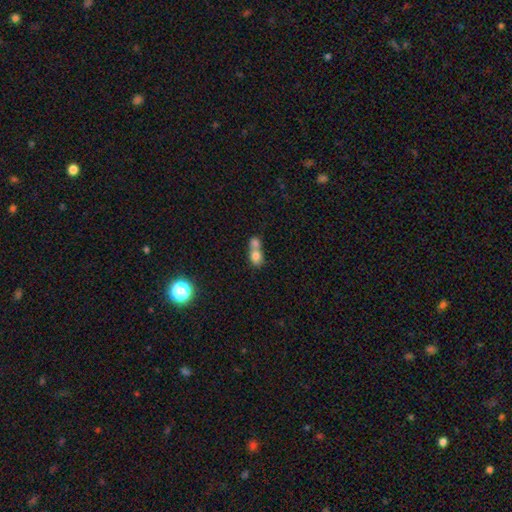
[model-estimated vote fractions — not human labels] Morphology: type=smooth (75%); roundness=in between (49%, tied with round); merging=merger (72%).